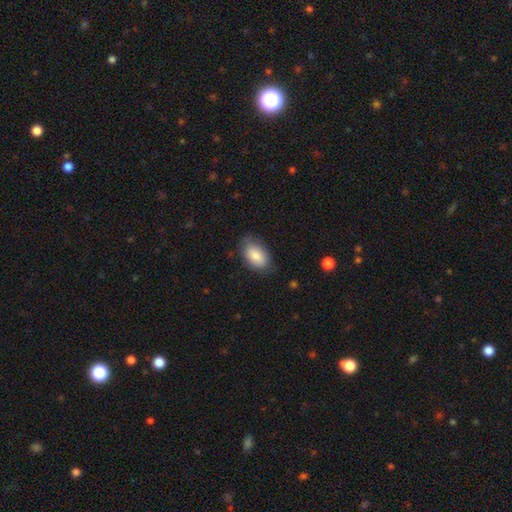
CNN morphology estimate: Smooth or featured? Predicted: smooth (p=0.84). How rounded? Predicted: in between (p=0.91). Merging? Predicted: none (p=0.74).